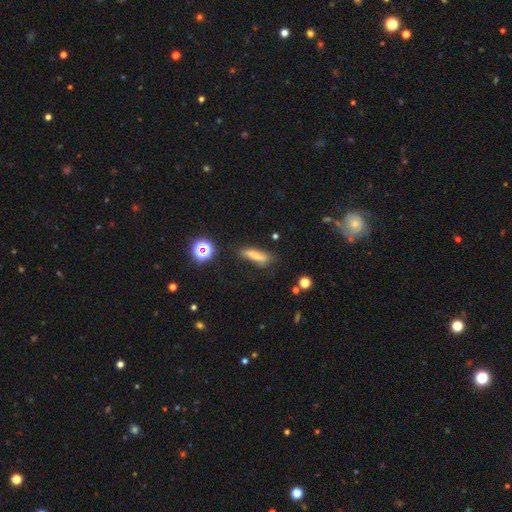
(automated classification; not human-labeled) Smooth or featured?
  - smooth: 70% *
  - featured or disk: 17%
  - star or artifact: 12%
How rounded?
  - cigar-shaped: 70% *
  - in between: 27%
  - round: 4%
Merging?
  - none: 69% *
  - minor disturbance: 21%
  - major disturbance: 6%
  - merger: 4%